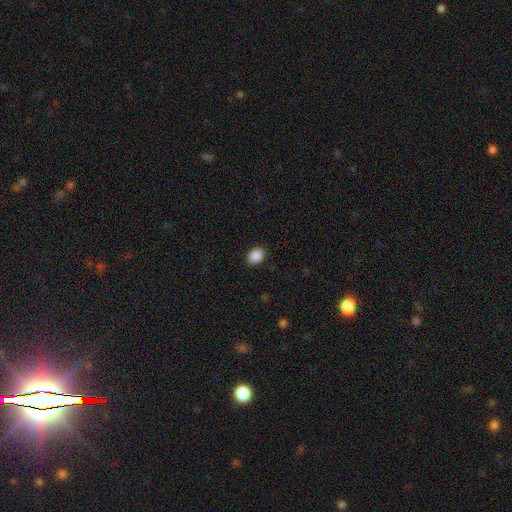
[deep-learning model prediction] smooth 89%, star or artifact 8%, featured or disk 3%. Down the decision tree: how rounded — in between (63%); merging — none (89%).